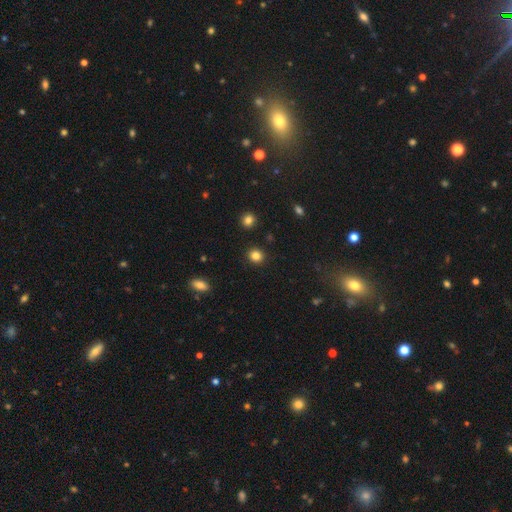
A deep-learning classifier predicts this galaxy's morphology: Smooth or featured? Predicted: smooth (p=0.84). How rounded? Predicted: round (p=0.85). Merging? Predicted: none (p=0.91).